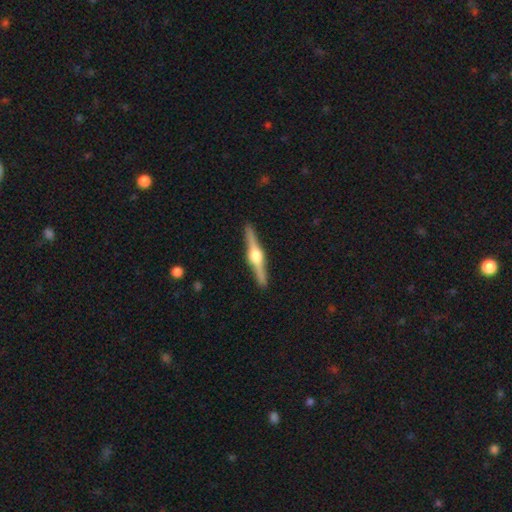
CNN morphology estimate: Q: Smooth or featured?
A: featured or disk (84%); runner-up: smooth (11%)
Q: Edge-on disk?
A: yes (98%); runner-up: no (2%)
Q: Edge-on bulge?
A: rounded (95%); runner-up: boxy (3%)
Q: Merging?
A: none (92%); runner-up: minor disturbance (5%)